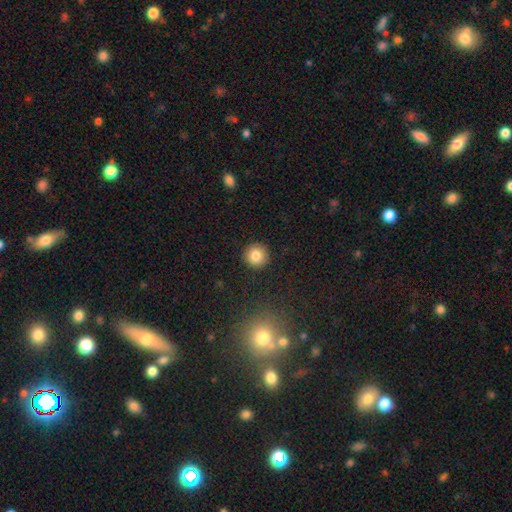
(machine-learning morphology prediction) Q: Smooth or featured?
A: smooth (82%); runner-up: star or artifact (11%)
Q: How rounded?
A: round (95%); runner-up: in between (4%)
Q: Merging?
A: none (92%); runner-up: minor disturbance (5%)